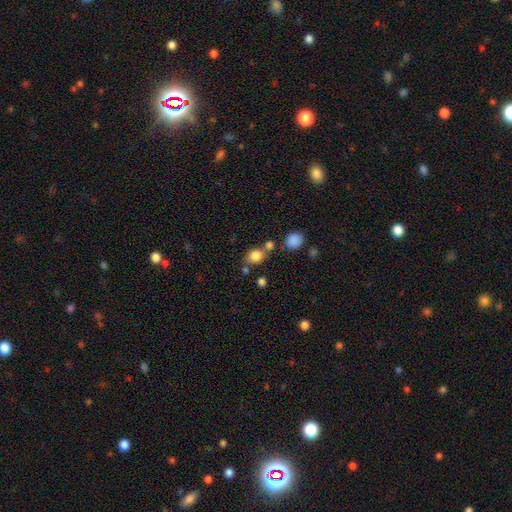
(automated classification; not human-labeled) This appears to be a smooth galaxy with no disk features (81%) that is round (57%). Merging: none (59%).